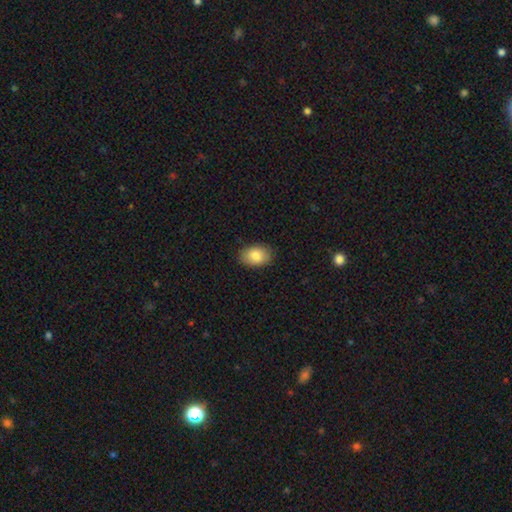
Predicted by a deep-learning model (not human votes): A smooth galaxy with no disk features (84%) that is in between round and cigar-shaped (84%).

Vote fractions:
- Smooth or featured? smooth: 84% / featured or disk: 8% / star or artifact: 8%
- How rounded? in between: 84% / round: 15% / cigar-shaped: 1%
- Merging? none: 87% / minor disturbance: 10% / major disturbance: 2% / merger: 1%